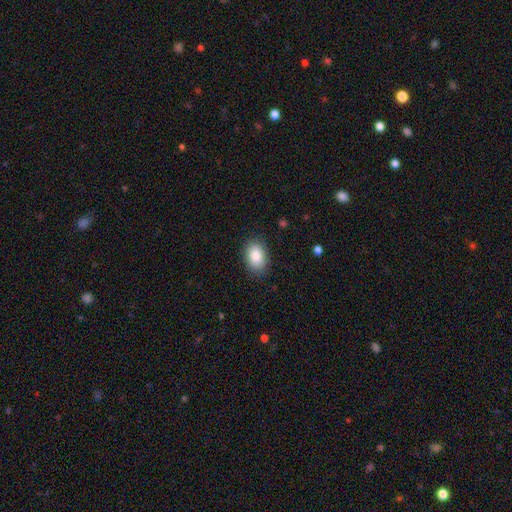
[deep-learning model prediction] A smooth galaxy with no disk features (85%) that is in between round and cigar-shaped (82%). Merging: none (87%).